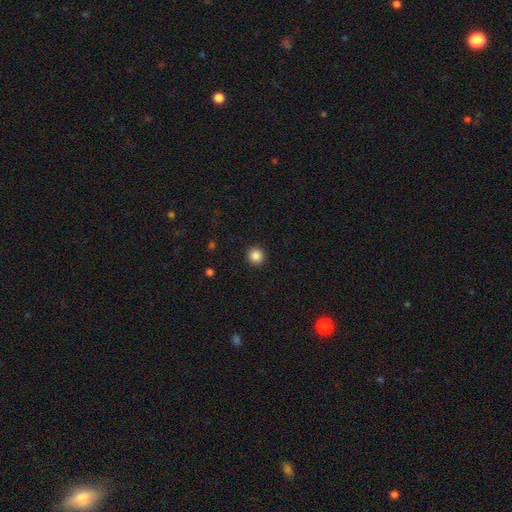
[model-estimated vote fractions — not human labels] Smooth or featured? Predicted: smooth (p=0.86). How rounded? Predicted: round (p=0.94). Merging? Predicted: none (p=0.92).